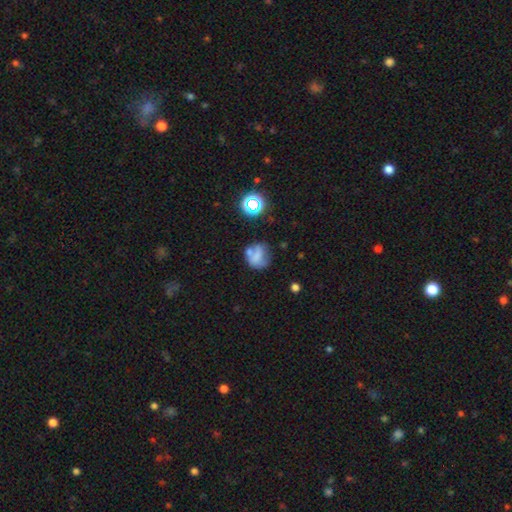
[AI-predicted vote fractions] Q: Smooth or featured?
A: smooth (53%); runner-up: featured or disk (31%)
Q: How rounded?
A: round (70%); runner-up: in between (28%)
Q: Merging?
A: none (42%); runner-up: minor disturbance (24%)